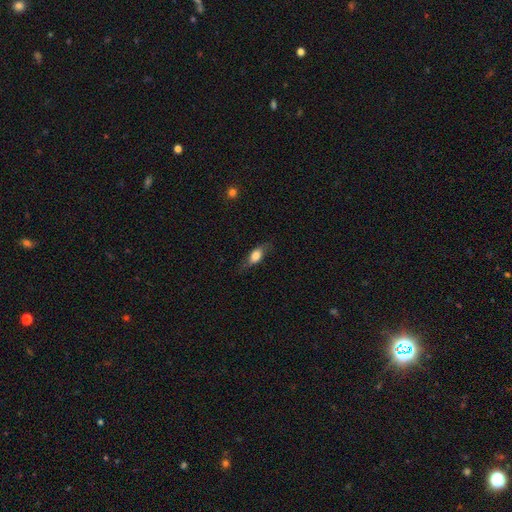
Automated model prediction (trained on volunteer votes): Smooth or featured?
  - smooth: 67% *
  - featured or disk: 25%
  - star or artifact: 8%
How rounded?
  - in between: 72% *
  - cigar-shaped: 20%
  - round: 8%
Merging?
  - none: 68% *
  - minor disturbance: 22%
  - major disturbance: 8%
  - merger: 1%